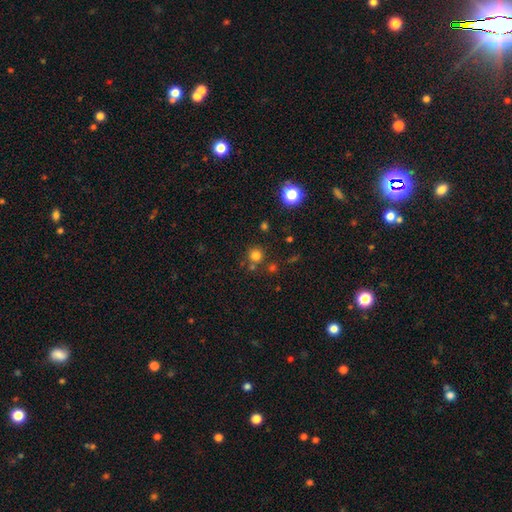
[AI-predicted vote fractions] Overall: smooth (75%). How rounded: round (94%). Merging: none (76%).